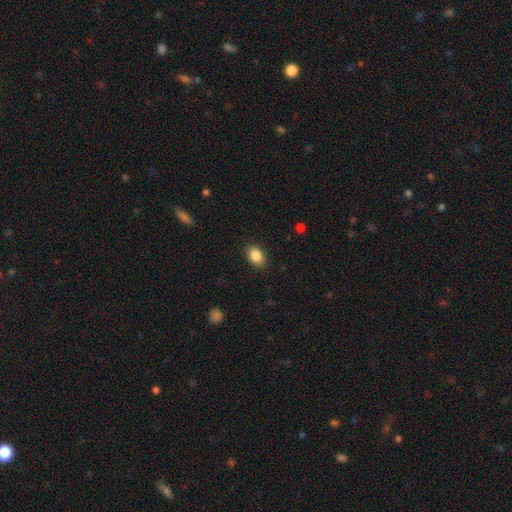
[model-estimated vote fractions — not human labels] Smooth or featured: smooth — 87% (star or artifact — 8%)
How rounded: in between — 80% (round — 19%)
Merging: none — 88% (minor disturbance — 9%)